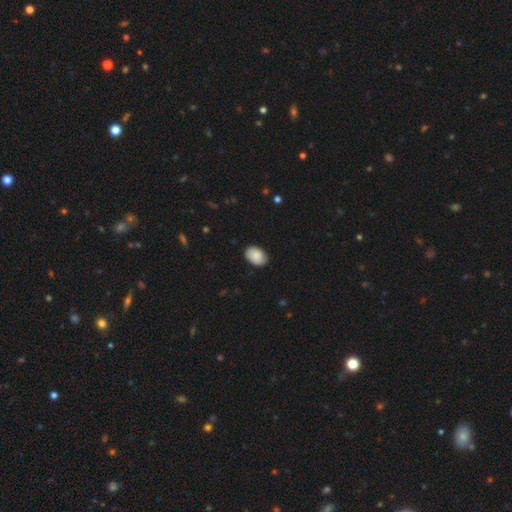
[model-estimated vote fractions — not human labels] Morphology: type=smooth (87%); roundness=in between (83%); merging=none (87%).